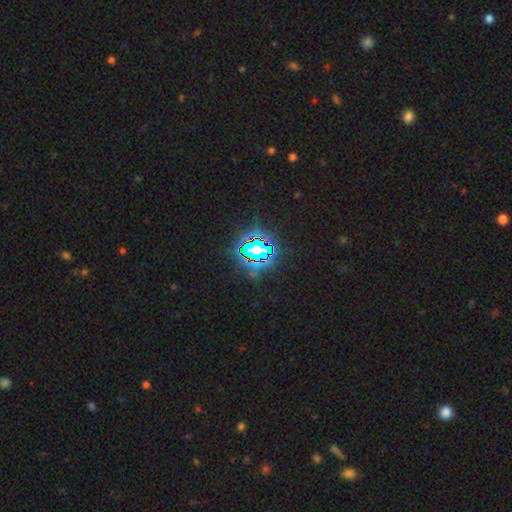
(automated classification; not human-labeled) This is likely a star or artifact rather than a galaxy (80%).